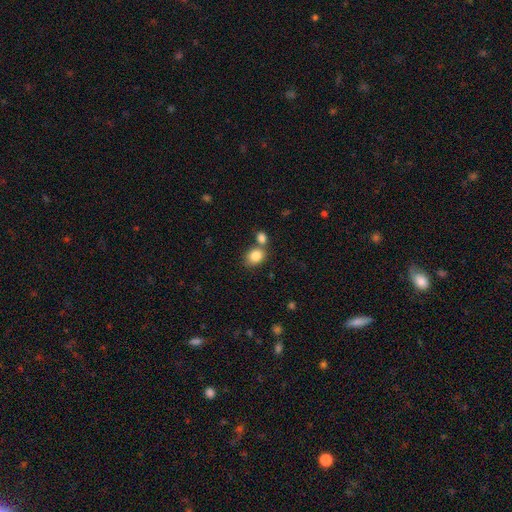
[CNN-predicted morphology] smooth 85%, star or artifact 9%, featured or disk 6%. Down the decision tree: how rounded — round (55%); merging — none (55%).